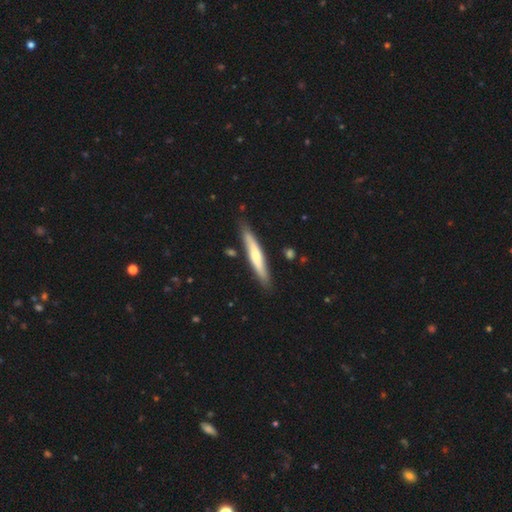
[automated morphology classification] A smooth galaxy with no disk features (54%) that is cigar-shaped (92%).

Vote fractions:
- Smooth or featured? smooth: 54% / featured or disk: 41% / star or artifact: 5%
- How rounded? cigar-shaped: 92% / in between: 6% / round: 1%
- Merging? none: 84% / minor disturbance: 11% / merger: 3% / major disturbance: 2%